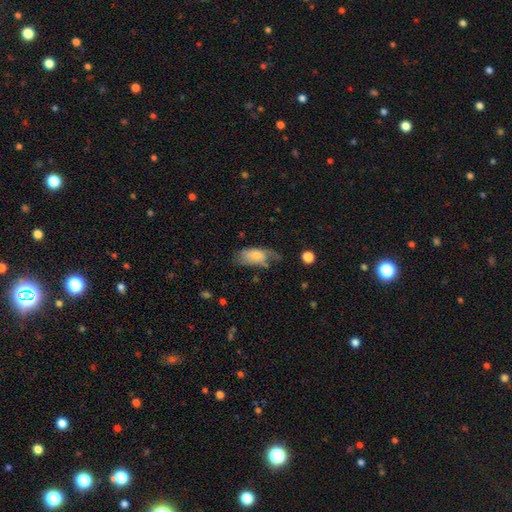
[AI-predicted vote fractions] Smooth or featured? Predicted: smooth (p=0.66). How rounded? Predicted: in between (p=0.89). Merging? Predicted: none (p=0.34).